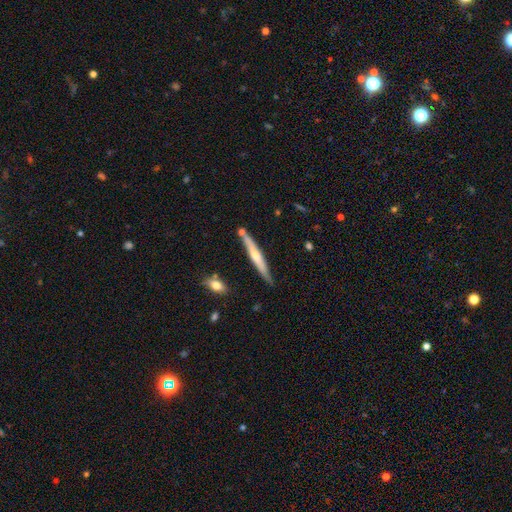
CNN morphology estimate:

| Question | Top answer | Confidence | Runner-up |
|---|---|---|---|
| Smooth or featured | featured or disk | 49% | smooth (45%) |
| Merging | none | 78% | minor disturbance (14%) |